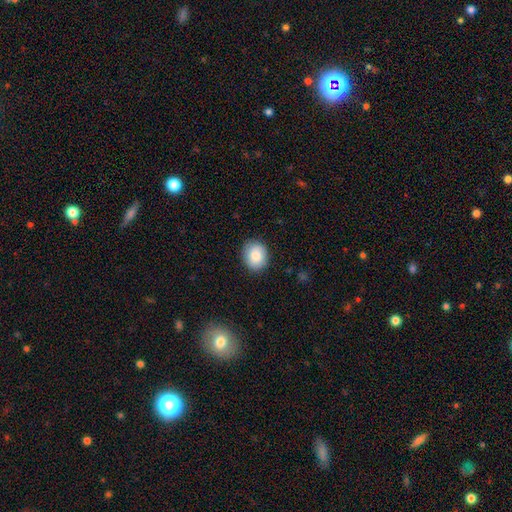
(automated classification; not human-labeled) This is clearly a smooth galaxy (85%). How rounded: likely round (63%). Merging: clearly none (87%).